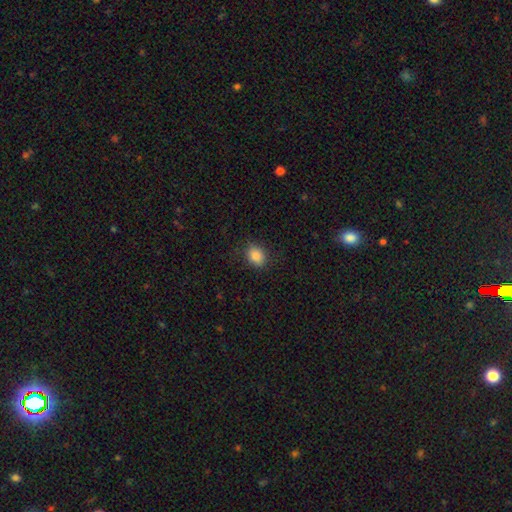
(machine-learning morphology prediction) smooth 87%, star or artifact 9%, featured or disk 4%. Down the decision tree: how rounded — in between (57%); merging — none (85%).